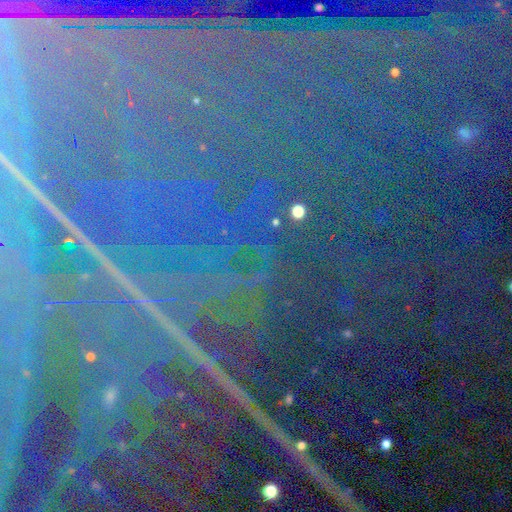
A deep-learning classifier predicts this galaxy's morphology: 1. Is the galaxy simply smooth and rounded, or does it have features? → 88% star or artifact, 6% featured or disk, 6% smooth.